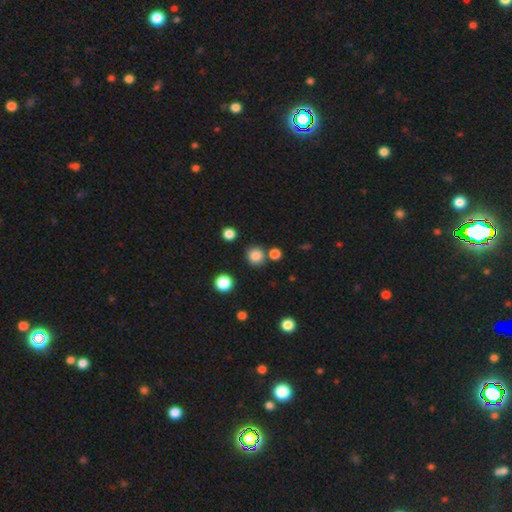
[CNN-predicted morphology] smooth_or_featured: smooth (p=0.83) [alt: star or artifact p=0.12]
how_rounded: round (p=0.87) [alt: in between p=0.12]
merging: none (p=0.80) [alt: minor disturbance p=0.09]